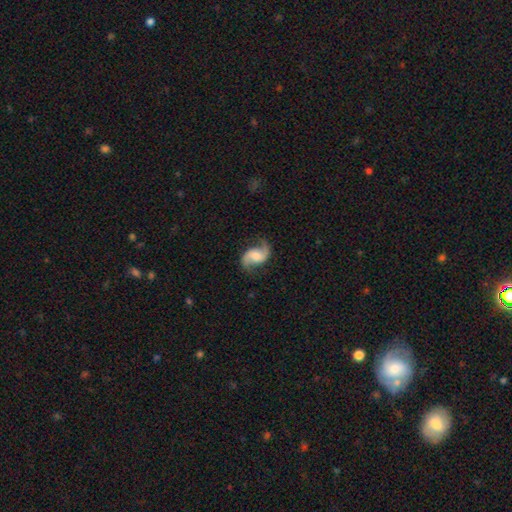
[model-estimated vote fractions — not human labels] smooth-or-featured: featured or disk: 85% | smooth: 10% | star or artifact: 6%
  disk-edge-on: no: 98% | yes: 2%
    bar: no: 47% | weak: 41% | strong: 12%
    has-spiral-arms: yes: 97% | no: 3%
      spiral-winding: loose: 62% | medium: 31% | tight: 7%
      spiral-arm-count: 2: 92% | 1: 3% | can't tell: 2% | 3: 1% | 4: 1% | more than 4: 1%
    bulge-size: moderate: 47% | small: 29% | large: 12% | none: 10% | dominant: 2%
  merging: none: 77% | minor disturbance: 14% | major disturbance: 7% | merger: 1%